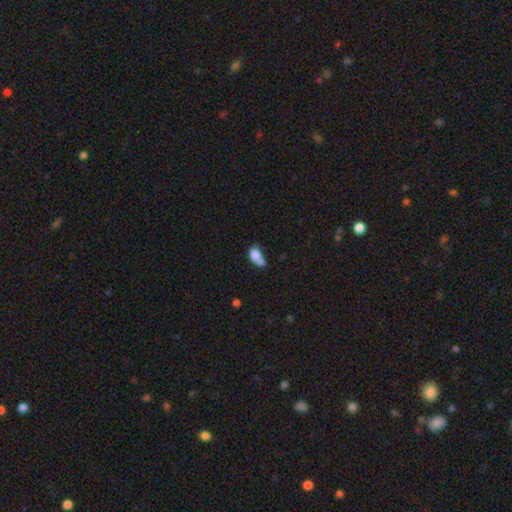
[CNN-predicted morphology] A smooth galaxy with no disk features (75%) that is in between round and cigar-shaped (73%). Merging: merger (54%).